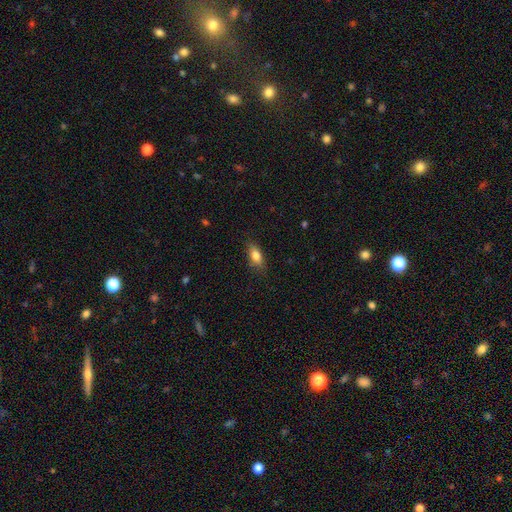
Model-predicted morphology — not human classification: Smooth or featured? Predicted: smooth (p=0.79). How rounded? Predicted: in between (p=0.79). Merging? Predicted: none (p=0.81).